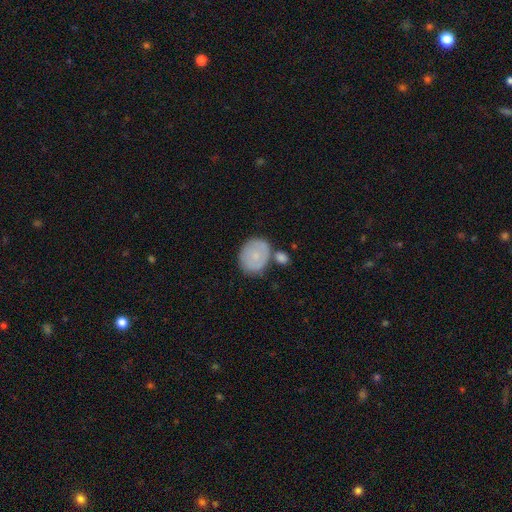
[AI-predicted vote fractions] The model was most divided on "how rounded": round: 57%, in between: 42%, cigar-shaped: 1%. More confident: smooth or featured — smooth (69%); merging — none (61%).